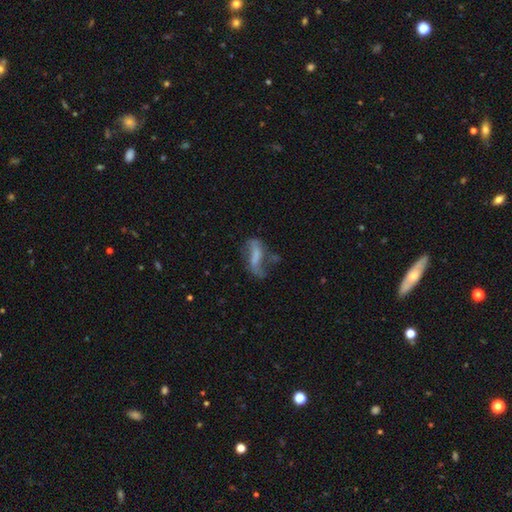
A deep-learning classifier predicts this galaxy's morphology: This appears to be a featured or disk galaxy (60%) with a strong bar (34%), spiral arms (73%) and no central bulge (56%). Merging: none (42%).